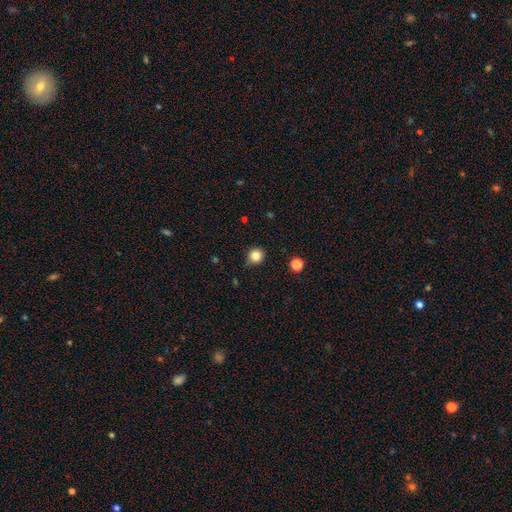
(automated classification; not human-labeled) Overall: smooth (82%). How rounded: round (90%). Merging: none (77%).